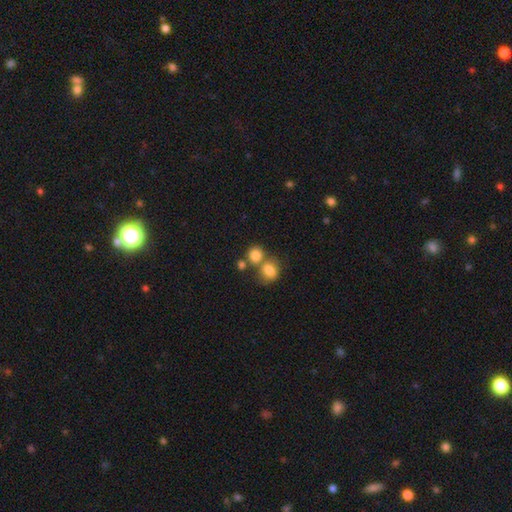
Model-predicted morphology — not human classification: smooth 81%, star or artifact 11%, featured or disk 8%. Down the decision tree: how rounded — round (77%); merging — none (46%).